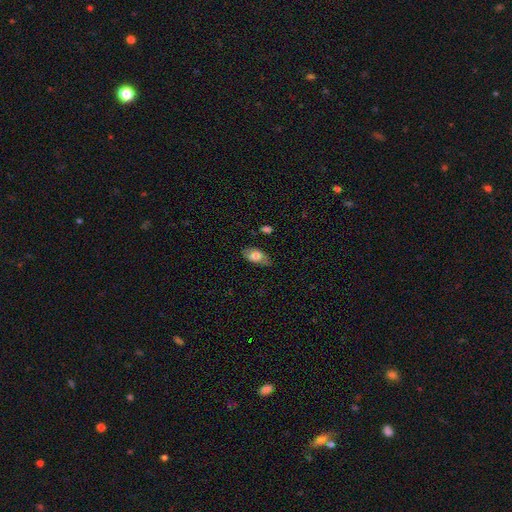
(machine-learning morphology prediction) This is likely a smooth galaxy (73%). How rounded: clearly in between (90%). Merging: likely none (72%).